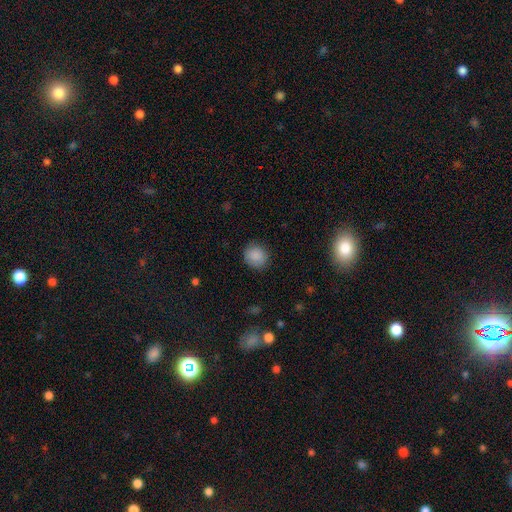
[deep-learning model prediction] smooth_or_featured: smooth (p=0.88) [alt: star or artifact p=0.08]
how_rounded: round (p=0.82) [alt: in between p=0.17]
merging: none (p=0.86) [alt: minor disturbance p=0.10]